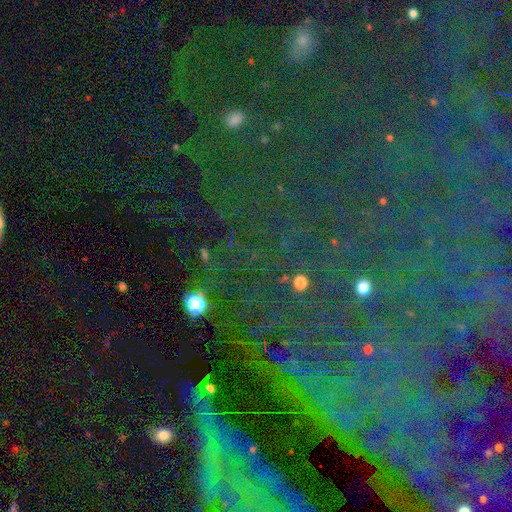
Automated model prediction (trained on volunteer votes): Morphology: type=star or artifact (75%).